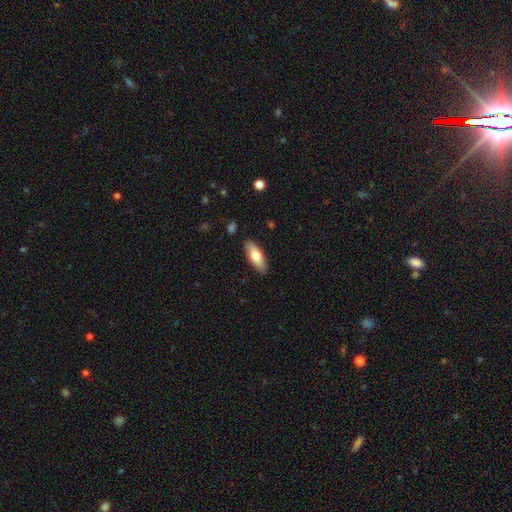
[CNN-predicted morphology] smooth_or_featured: smooth (p=0.73) [alt: featured or disk p=0.21]
how_rounded: in between (p=0.69) [alt: cigar-shaped p=0.29]
merging: none (p=0.88) [alt: minor disturbance p=0.09]